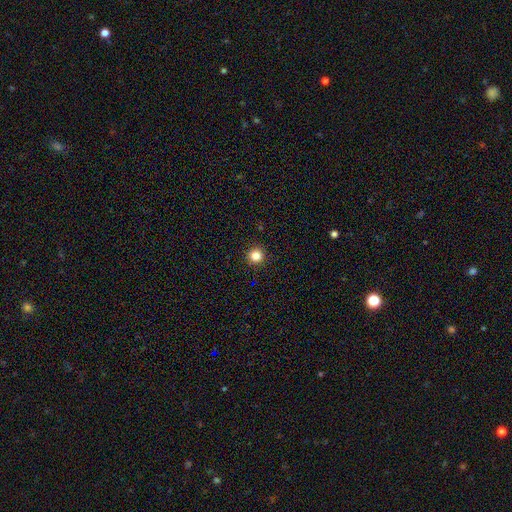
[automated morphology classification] The model was most divided on "smooth or featured": smooth: 84%, star or artifact: 12%, featured or disk: 4%. More confident: how rounded — round (96%); merging — none (93%).